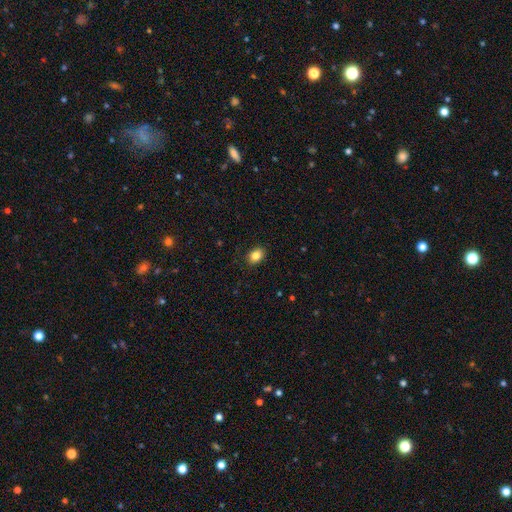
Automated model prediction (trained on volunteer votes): smooth-or-featured: smooth: 85% | star or artifact: 10% | featured or disk: 6%
  how-rounded: in between: 69% | round: 30% | cigar-shaped: 1%
  merging: none: 88% | minor disturbance: 9% | major disturbance: 2% | merger: 1%